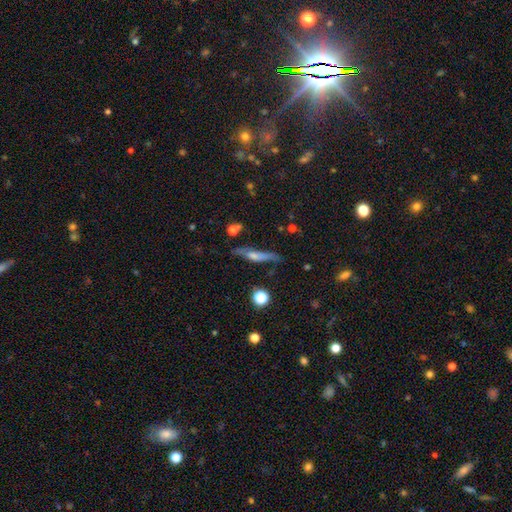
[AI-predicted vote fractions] The model was most divided on "smooth or featured": smooth: 51%, featured or disk: 39%, star or artifact: 10%. More confident: how rounded — cigar-shaped (82%); merging — none (62%).